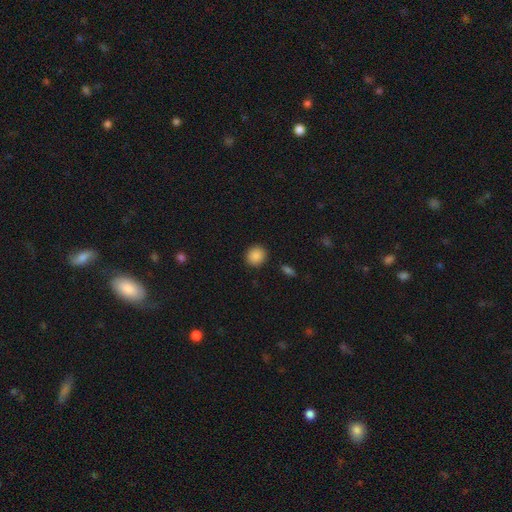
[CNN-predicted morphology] Smooth or featured? smooth (88%)
How rounded? round (85%)
Merging? none (90%)